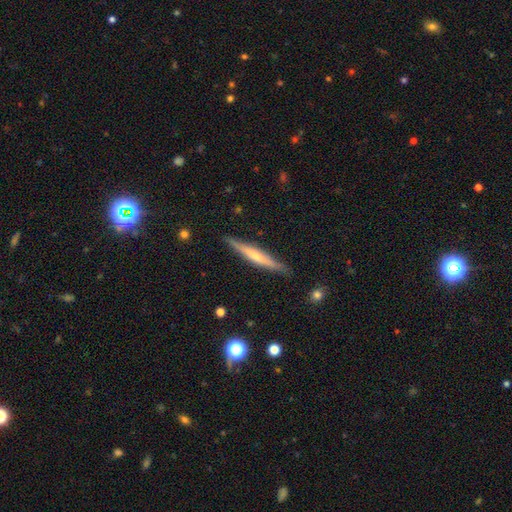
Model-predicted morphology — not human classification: A featured or disk galaxy (57%) viewed edge-on (96%) with a rounded central bulge (54%).

Vote fractions:
- Smooth or featured? featured or disk: 57% / smooth: 37% / star or artifact: 6%
- Edge-on disk? yes: 96% / no: 4%
- Edge-on bulge? rounded: 54% / none: 36% / boxy: 10%
- Merging? none: 89% / minor disturbance: 8% / major disturbance: 2% / merger: 1%